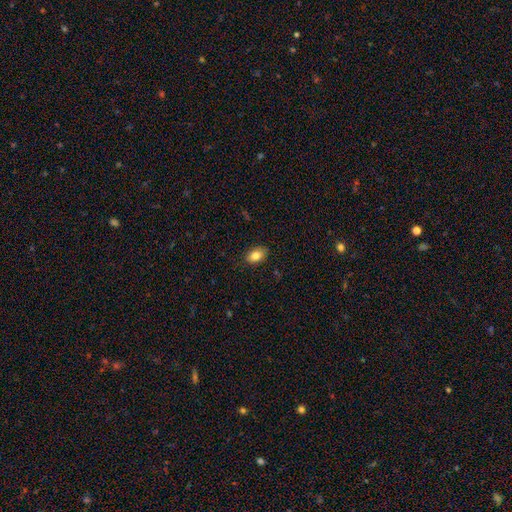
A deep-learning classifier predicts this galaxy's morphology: type=smooth (84%); roundness=in between (88%); merging=none (87%).